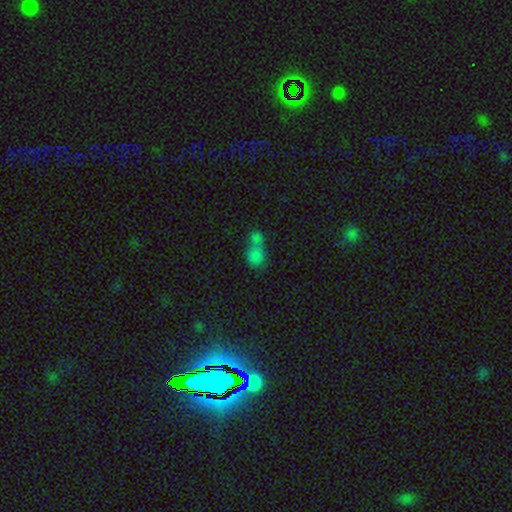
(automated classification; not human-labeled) A smooth galaxy with no disk features (74%) that is in between round and cigar-shaped (53%).

Vote fractions:
- Smooth or featured? smooth: 74% / star or artifact: 16% / featured or disk: 10%
- How rounded? in between: 53% / round: 44% / cigar-shaped: 3%
- Merging? merger: 67% / none: 21% / minor disturbance: 7% / major disturbance: 6%